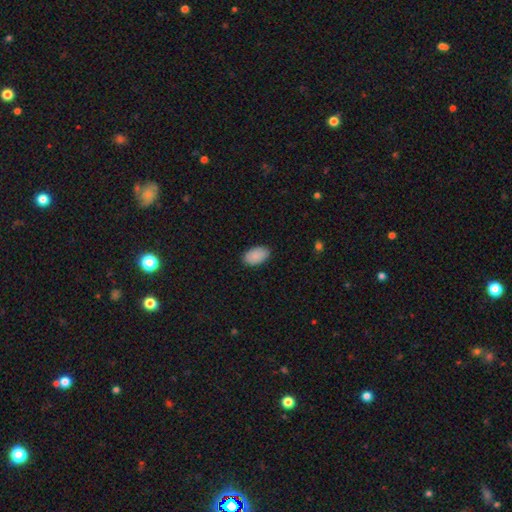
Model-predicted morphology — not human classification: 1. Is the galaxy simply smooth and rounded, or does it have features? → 89% smooth, 7% star or artifact, 4% featured or disk.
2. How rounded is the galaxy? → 94% in between, 5% round, 1% cigar-shaped.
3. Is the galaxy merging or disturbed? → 88% none, 9% minor disturbance, 2% major disturbance, 1% merger.